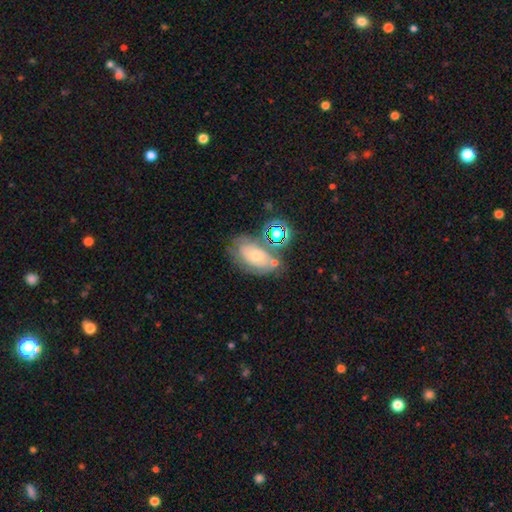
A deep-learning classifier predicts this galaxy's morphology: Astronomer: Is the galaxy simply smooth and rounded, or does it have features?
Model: featured or disk — 52%.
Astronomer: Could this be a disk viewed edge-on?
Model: no — 94%.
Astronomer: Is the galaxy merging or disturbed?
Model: none — 61%.